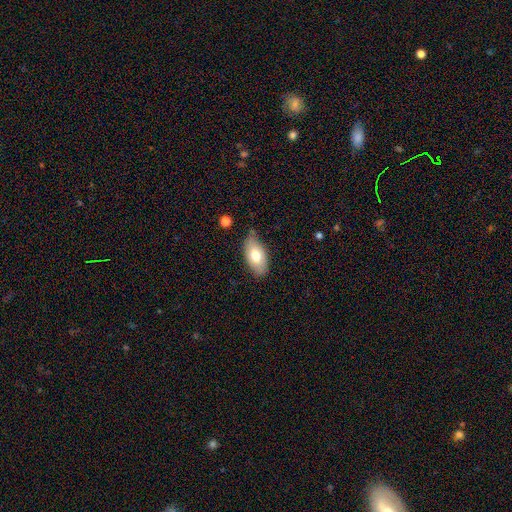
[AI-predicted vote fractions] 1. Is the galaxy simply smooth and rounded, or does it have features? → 73% smooth, 21% featured or disk, 6% star or artifact.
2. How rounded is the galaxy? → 93% in between, 4% cigar-shaped, 3% round.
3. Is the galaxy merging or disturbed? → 74% none, 20% minor disturbance, 4% major disturbance, 3% merger.